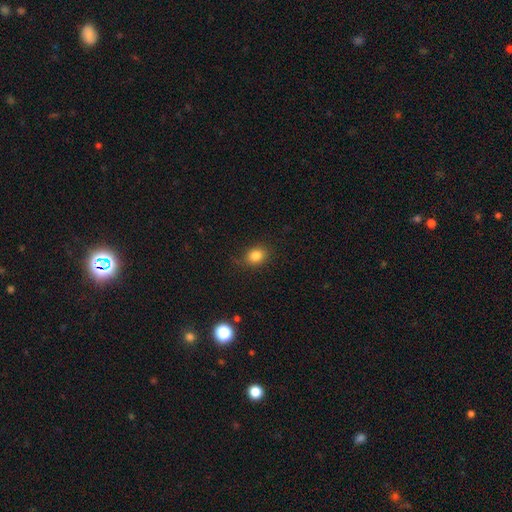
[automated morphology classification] Smooth or featured: smooth — 83% (star or artifact — 11%)
How rounded: in between — 51% (round — 48%)
Merging: none — 80% (minor disturbance — 15%)